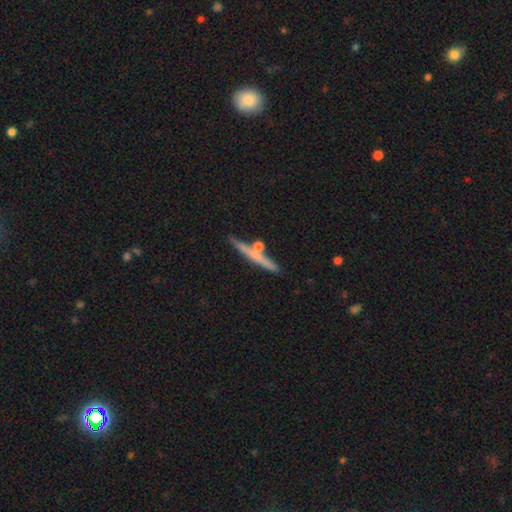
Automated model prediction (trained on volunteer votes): Morphology: type=featured or disk (47%); merging=none (73%).